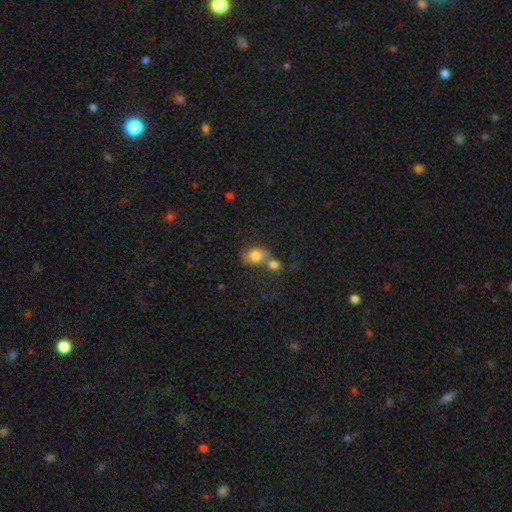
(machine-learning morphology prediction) Smooth or featured? smooth (68%)
How rounded? round (51%)
Merging? merger (48%)